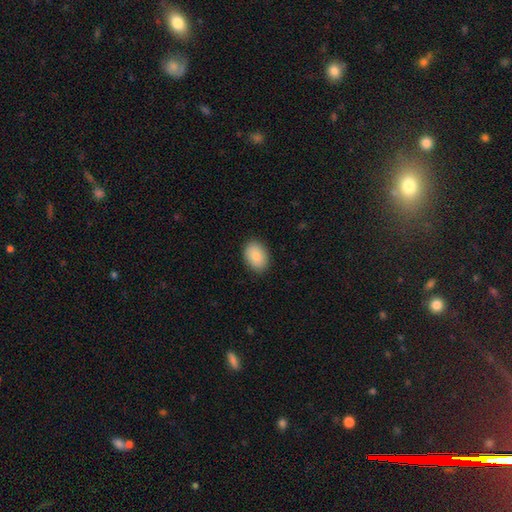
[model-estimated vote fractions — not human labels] Smooth or featured? smooth (86%)
How rounded? in between (79%)
Merging? none (88%)